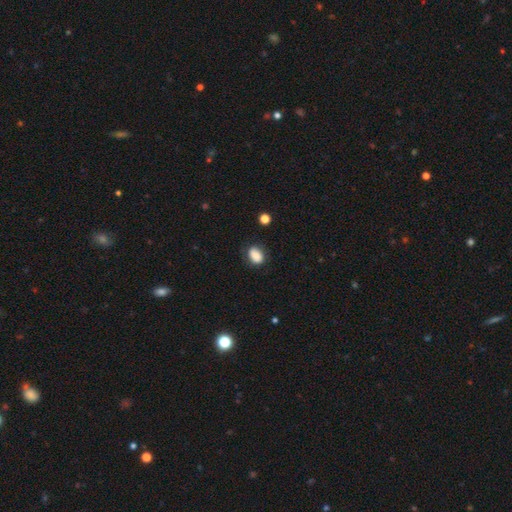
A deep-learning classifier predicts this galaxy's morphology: Smooth or featured? smooth (82%)
How rounded? in between (75%)
Merging? none (67%)